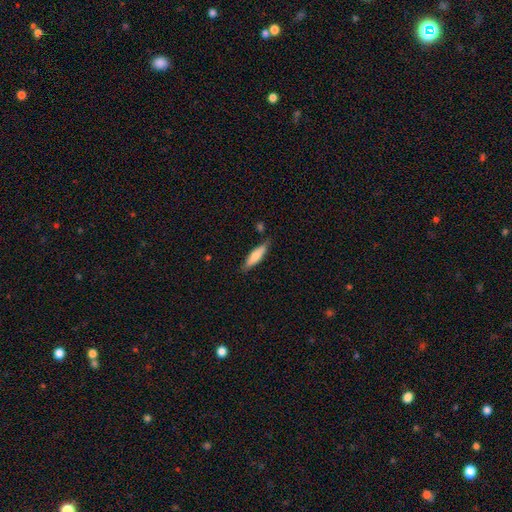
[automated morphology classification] The model was most divided on "how rounded": cigar-shaped: 64%, in between: 35%, round: 2%. More confident: merging — none (78%); smooth or featured — smooth (69%).